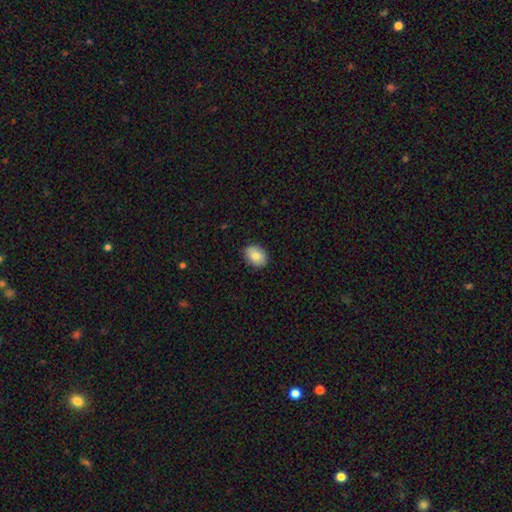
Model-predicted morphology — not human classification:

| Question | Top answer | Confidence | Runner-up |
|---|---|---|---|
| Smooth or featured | smooth | 84% | featured or disk (8%) |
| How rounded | in between | 70% | round (29%) |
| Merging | none | 87% | minor disturbance (10%) |